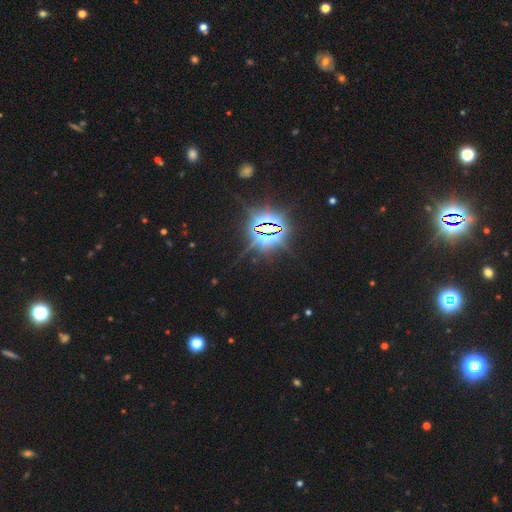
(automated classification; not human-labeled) Morphology: type=star or artifact (83%).